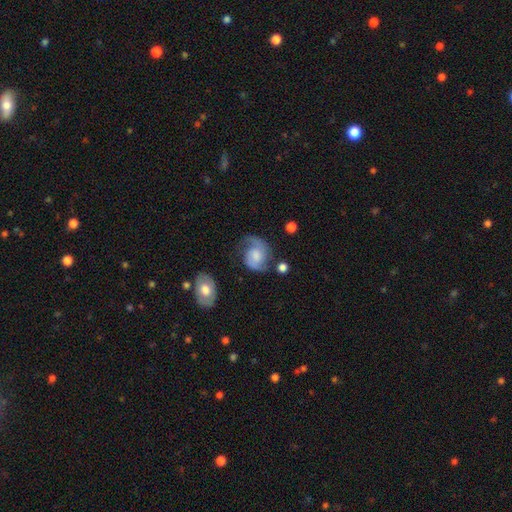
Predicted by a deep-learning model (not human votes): Smooth or featured? Predicted: featured or disk (p=0.73). Edge-on disk? Predicted: no (p=0.98). Bar? Predicted: no (p=0.59). Spiral arms? Predicted: yes (p=0.94). Spiral winding? Predicted: medium (p=0.47). Spiral arm count? Predicted: 2 (p=0.77). Bulge size? Predicted: moderate (p=0.36). Merging? Predicted: none (p=0.55).